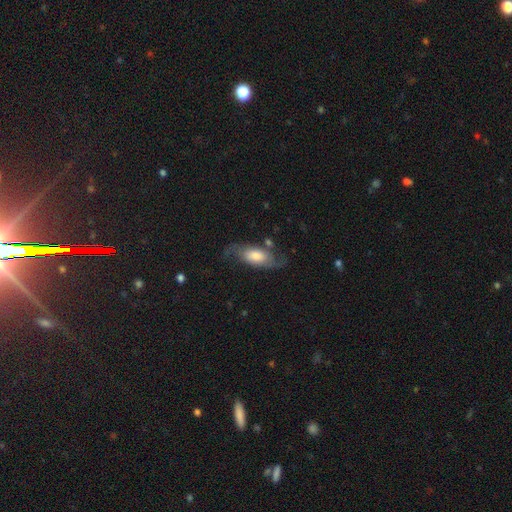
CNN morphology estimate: Smooth or featured?
  - featured or disk: 54% *
  - smooth: 39%
  - star or artifact: 7%
Edge-on disk?
  - no: 86% *
  - yes: 14%
Merging?
  - none: 59% *
  - minor disturbance: 22%
  - major disturbance: 15%
  - merger: 4%